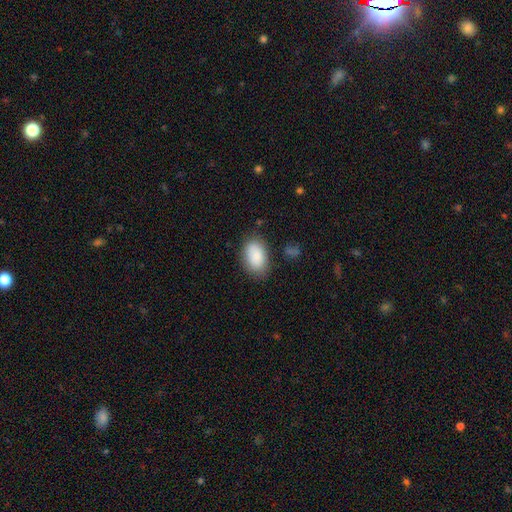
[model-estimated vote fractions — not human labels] A smooth galaxy with no disk features (86%) that is in between round and cigar-shaped (91%). Merging: none (77%).